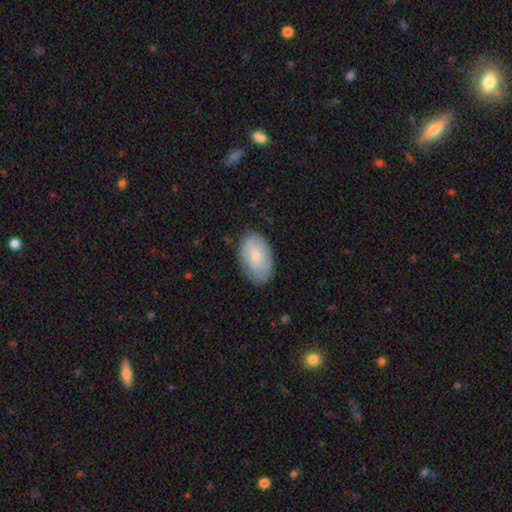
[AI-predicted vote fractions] Smooth or featured?
  - smooth: 72% *
  - featured or disk: 22%
  - star or artifact: 6%
How rounded?
  - in between: 93% *
  - round: 6%
  - cigar-shaped: 1%
Merging?
  - none: 79% *
  - minor disturbance: 16%
  - major disturbance: 3%
  - merger: 1%